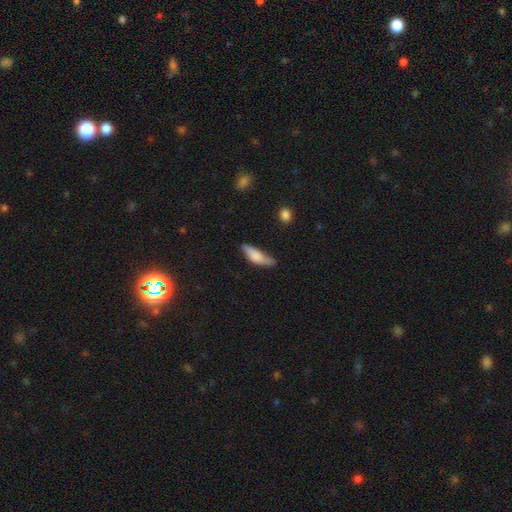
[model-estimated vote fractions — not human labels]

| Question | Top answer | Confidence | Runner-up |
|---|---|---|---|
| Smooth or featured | smooth | 72% | featured or disk (21%) |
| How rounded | in between | 50% | cigar-shaped (48%) |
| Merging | none | 54% | minor disturbance (34%) |